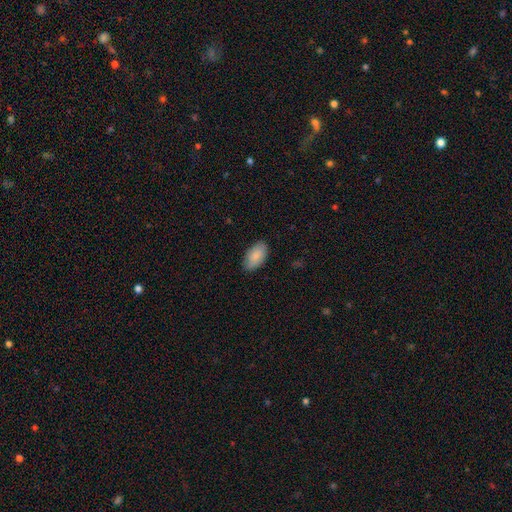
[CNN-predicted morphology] Smooth or featured? smooth (86%)
How rounded? in between (95%)
Merging? none (85%)